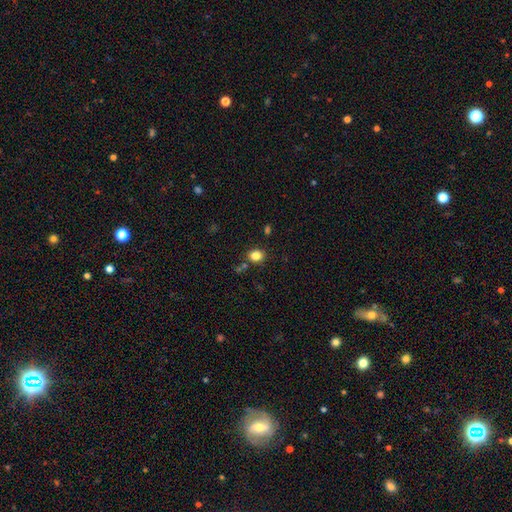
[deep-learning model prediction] smooth_or_featured: smooth (p=0.82) [alt: star or artifact p=0.12]
how_rounded: round (p=0.66) [alt: in between p=0.33]
merging: none (p=0.83) [alt: minor disturbance p=0.10]